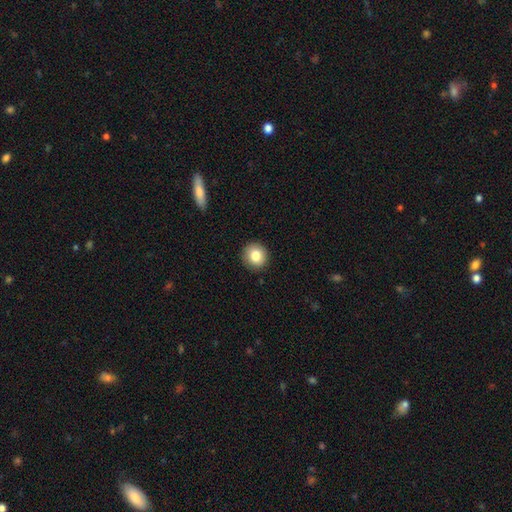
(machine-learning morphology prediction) smooth 83%, star or artifact 9%, featured or disk 8%. Down the decision tree: how rounded — round (89%); merging — none (91%).